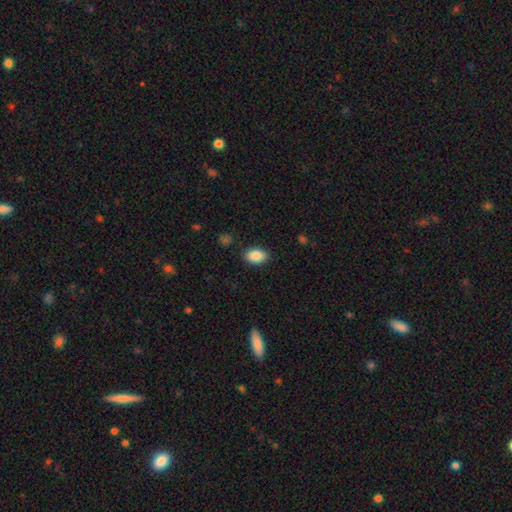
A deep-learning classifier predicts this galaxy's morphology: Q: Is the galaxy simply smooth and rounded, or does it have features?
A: smooth — 88%.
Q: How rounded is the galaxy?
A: in between — 85%.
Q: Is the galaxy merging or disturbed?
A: none — 86%.